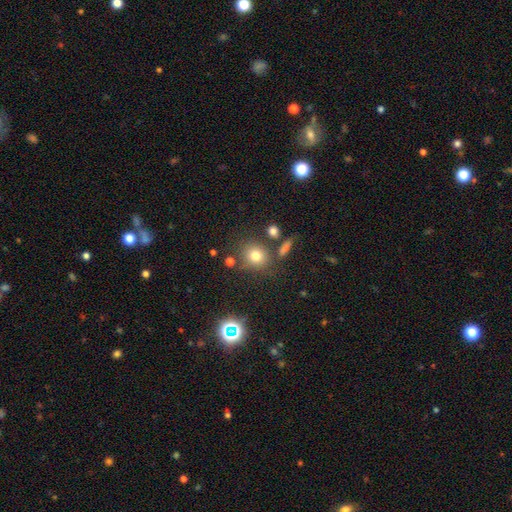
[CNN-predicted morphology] Smooth or featured: smooth — 74% (star or artifact — 16%)
How rounded: round — 82% (in between — 17%)
Merging: none — 75% (minor disturbance — 11%)